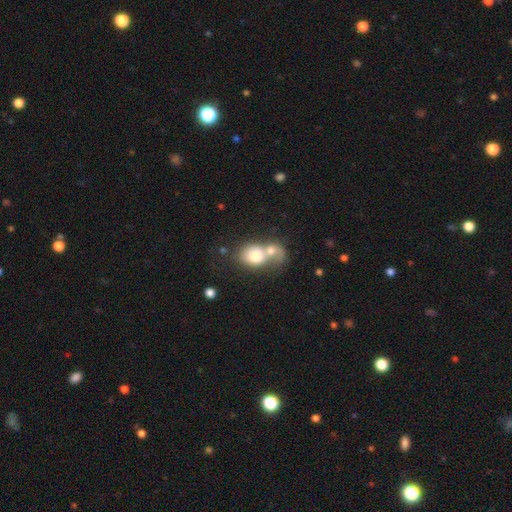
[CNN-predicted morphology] Smooth or featured? Predicted: smooth (p=0.73). How rounded? Predicted: in between (p=0.49, tied with round). Merging? Predicted: merger (p=0.75).